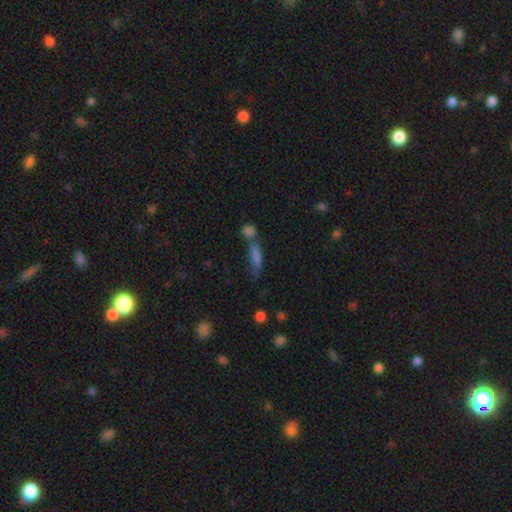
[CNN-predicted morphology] Q: Smooth or featured?
A: smooth (63%); runner-up: featured or disk (20%)
Q: How rounded?
A: cigar-shaped (55%); runner-up: in between (38%)
Q: Merging?
A: merger (41%); runner-up: none (37%)